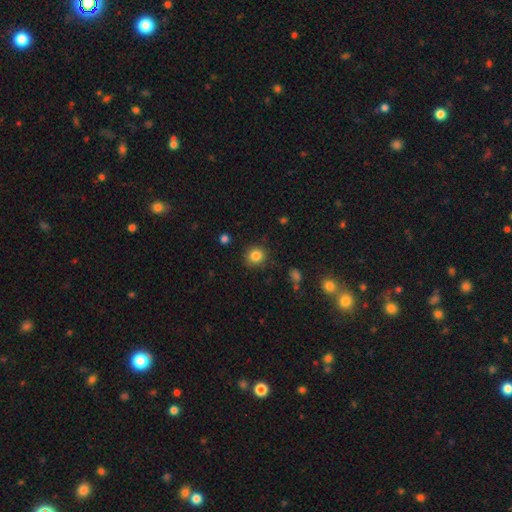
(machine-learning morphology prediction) A smooth galaxy with no disk features (84%) that is round (86%).

Vote fractions:
- Smooth or featured? smooth: 84% / star or artifact: 11% / featured or disk: 5%
- How rounded? round: 86% / in between: 13% / cigar-shaped: 1%
- Merging? none: 86% / minor disturbance: 10% / major disturbance: 3% / merger: 2%